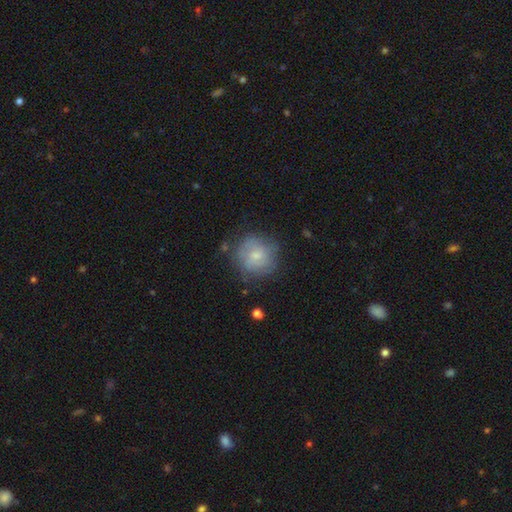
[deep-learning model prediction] A smooth galaxy with no disk features (57%) that is round (89%).

Vote fractions:
- Smooth or featured? smooth: 57% / featured or disk: 35% / star or artifact: 8%
- How rounded? round: 89% / in between: 10% / cigar-shaped: 1%
- Merging? none: 68% / minor disturbance: 21% / major disturbance: 9% / merger: 2%